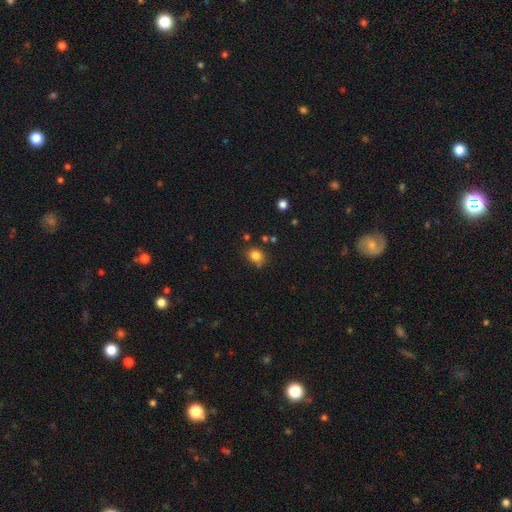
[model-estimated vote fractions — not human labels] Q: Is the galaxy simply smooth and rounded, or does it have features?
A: smooth — 82%.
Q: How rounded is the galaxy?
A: round — 66%.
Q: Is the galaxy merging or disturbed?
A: none — 70%.